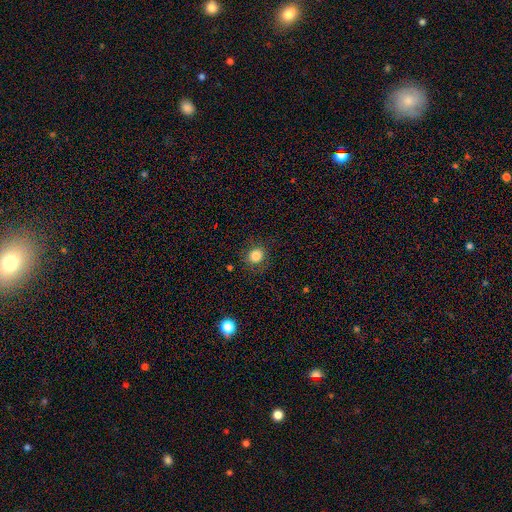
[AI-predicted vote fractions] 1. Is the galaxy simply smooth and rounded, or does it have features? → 83% smooth, 11% star or artifact, 6% featured or disk.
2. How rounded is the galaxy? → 83% round, 16% in between, 1% cigar-shaped.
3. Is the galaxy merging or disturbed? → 84% none, 11% minor disturbance, 4% major disturbance, 1% merger.